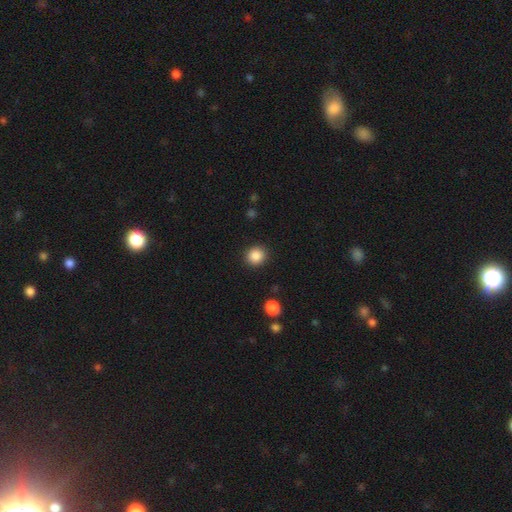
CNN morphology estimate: type=smooth (87%); roundness=round (88%); merging=none (90%).